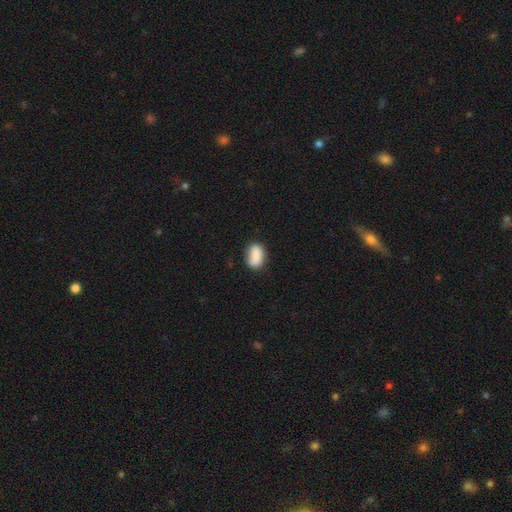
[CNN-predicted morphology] smooth 84%, featured or disk 8%, star or artifact 8%. Down the decision tree: how rounded — in between (84%); merging — none (69%).